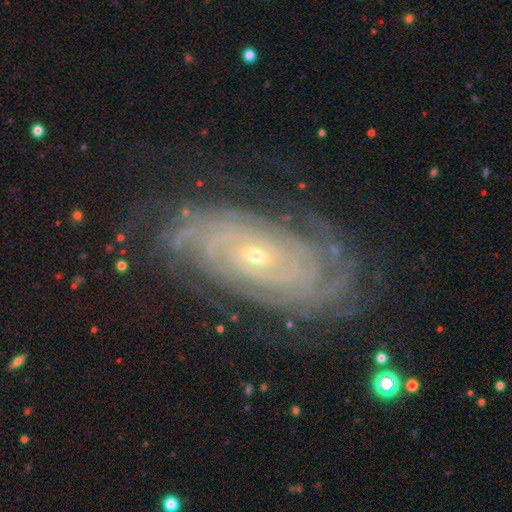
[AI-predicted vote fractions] Smooth or featured?
  - featured or disk: 87% *
  - star or artifact: 7%
  - smooth: 6%
Edge-on disk?
  - no: 94% *
  - yes: 6%
Bar?
  - no: 73% *
  - weak: 19%
  - strong: 8%
Spiral arms?
  - yes: 97% *
  - no: 3%
Spiral winding?
  - tight: 83% *
  - medium: 13%
  - loose: 3%
Spiral arm count?
  - can't tell: 35% *
  - more than 4: 20%
  - 4: 15%
  - 2: 12%
  - 3: 11%
  - 1: 7%
Bulge size?
  - small: 77% *
  - moderate: 19%
  - large: 1%
  - none: 1%
  - dominant: 1%
Merging?
  - none: 79% *
  - minor disturbance: 14%
  - major disturbance: 5%
  - merger: 1%